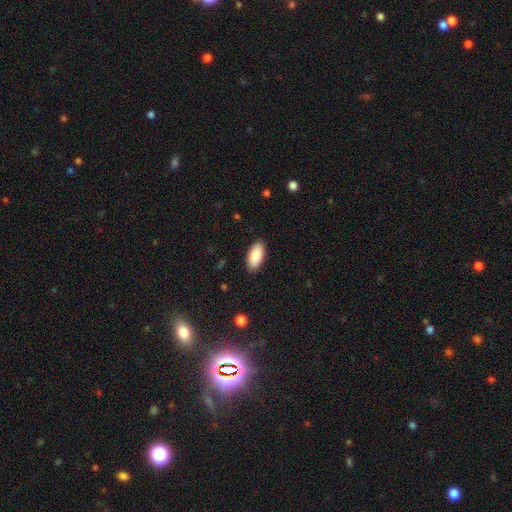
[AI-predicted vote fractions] The model was most divided on "merging": none: 89%, minor disturbance: 8%, major disturbance: 2%, merger: 1%. More confident: how rounded — in between (90%); smooth or featured — smooth (88%).